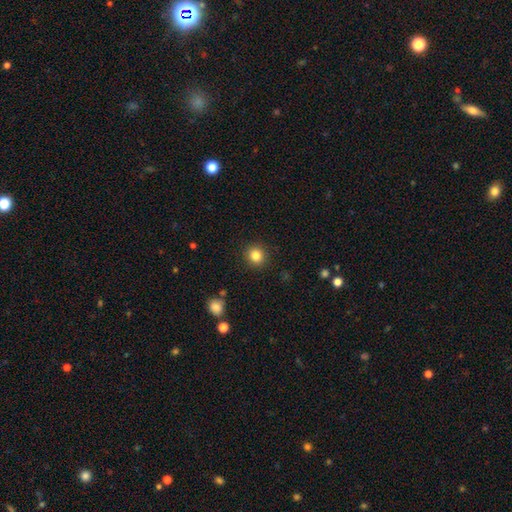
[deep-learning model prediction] Smooth or featured?
  - smooth: 84% *
  - star or artifact: 11%
  - featured or disk: 5%
How rounded?
  - round: 90% *
  - in between: 9%
  - cigar-shaped: 1%
Merging?
  - none: 91% *
  - minor disturbance: 6%
  - major disturbance: 2%
  - merger: 1%